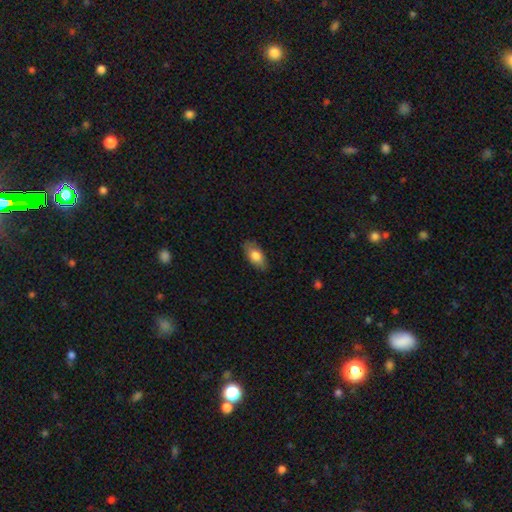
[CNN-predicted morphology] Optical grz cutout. It shows a smooth galaxy with no disk features (78%) that is in between round and cigar-shaped (90%). Merging: none (83%).